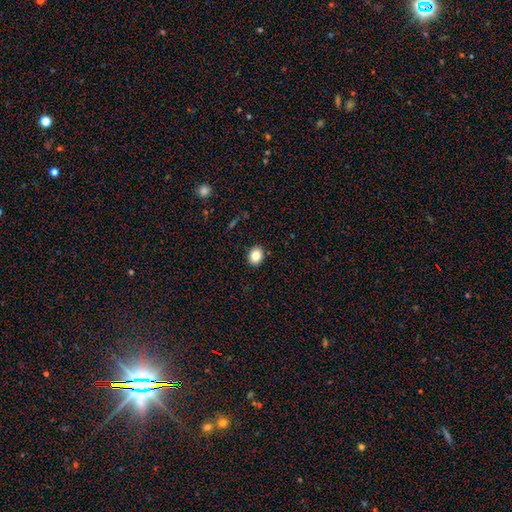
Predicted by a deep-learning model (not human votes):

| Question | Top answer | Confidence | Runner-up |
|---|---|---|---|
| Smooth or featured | smooth | 84% | star or artifact (9%) |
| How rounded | in between | 51% | round (48%) |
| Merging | none | 90% | minor disturbance (7%) |